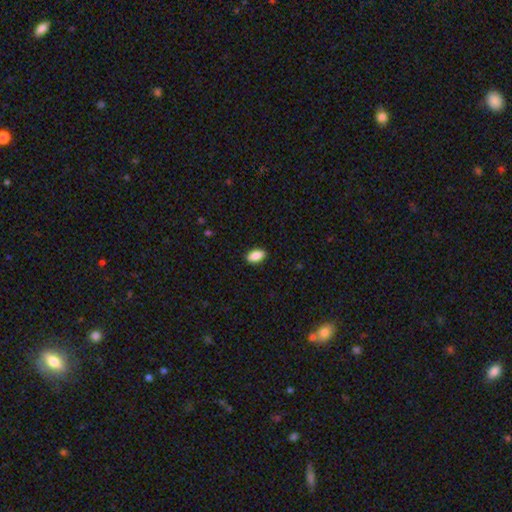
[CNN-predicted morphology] type=smooth (89%); roundness=in between (91%); merging=none (90%).